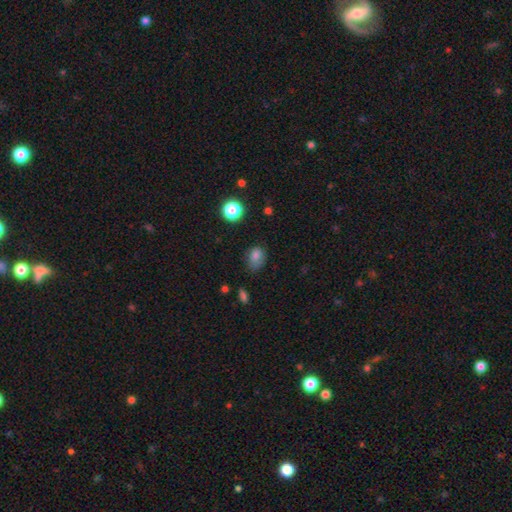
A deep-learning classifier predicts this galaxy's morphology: This is likely a smooth galaxy (79%). How rounded: likely in between (68%). Merging: possibly none (53%).